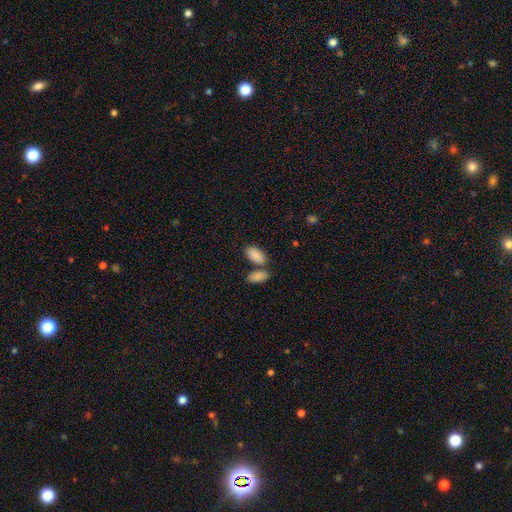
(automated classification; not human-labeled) smooth-or-featured: smooth: 88% | star or artifact: 6% | featured or disk: 5%
  how-rounded: in between: 94% | cigar-shaped: 3% | round: 3%
  merging: none: 57% | merger: 29% | minor disturbance: 10% | major disturbance: 3%